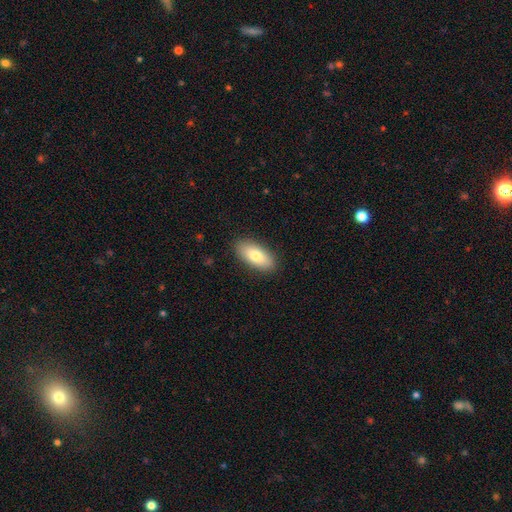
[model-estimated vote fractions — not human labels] smooth-or-featured: smooth: 79% | featured or disk: 14% | star or artifact: 6%
  how-rounded: in between: 87% | cigar-shaped: 10% | round: 2%
  merging: none: 89% | minor disturbance: 8% | major disturbance: 2% | merger: 1%